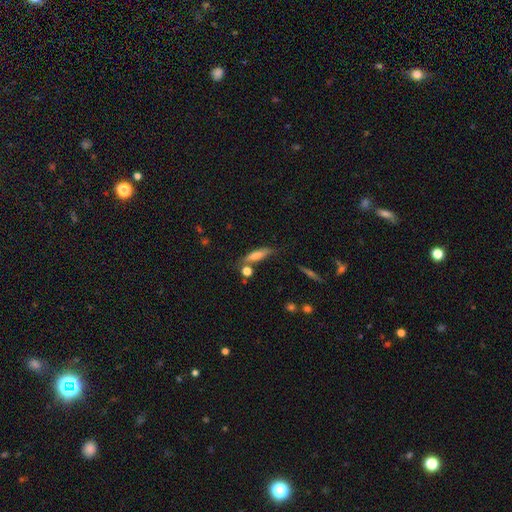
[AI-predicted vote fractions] Q: Smooth or featured?
A: smooth (66%); runner-up: featured or disk (25%)
Q: How rounded?
A: cigar-shaped (70%); runner-up: in between (27%)
Q: Merging?
A: none (66%); runner-up: minor disturbance (18%)